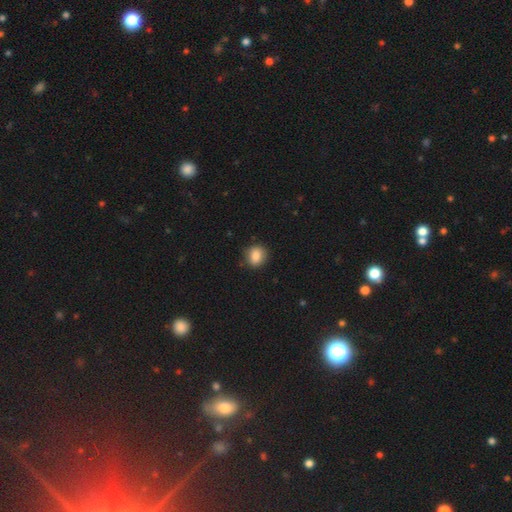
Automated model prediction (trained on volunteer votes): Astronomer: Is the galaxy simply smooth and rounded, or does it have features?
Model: smooth — 85%.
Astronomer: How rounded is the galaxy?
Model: round — 74%.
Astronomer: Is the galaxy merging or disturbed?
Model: none — 85%.